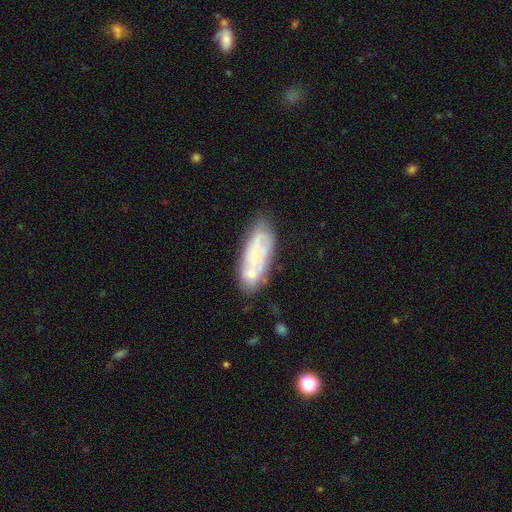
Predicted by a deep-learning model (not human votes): Overall: featured or disk (52%; smooth 40%). Edge-on disk: no (89%). Merging: none (56%; minor disturbance 20%).